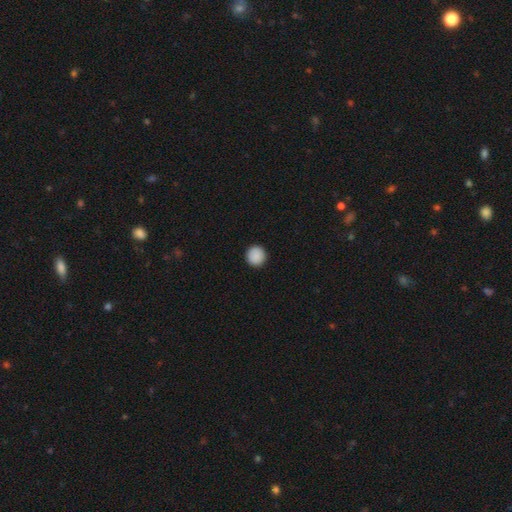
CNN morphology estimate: The model was most divided on "smooth or featured": smooth: 90%, star or artifact: 8%, featured or disk: 2%. More confident: how rounded — round (95%); merging — none (93%).